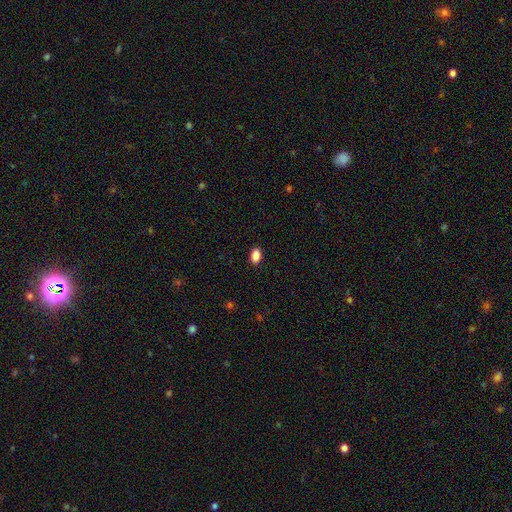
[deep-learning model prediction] Smooth or featured? smooth (88%)
How rounded? in between (87%)
Merging? none (90%)